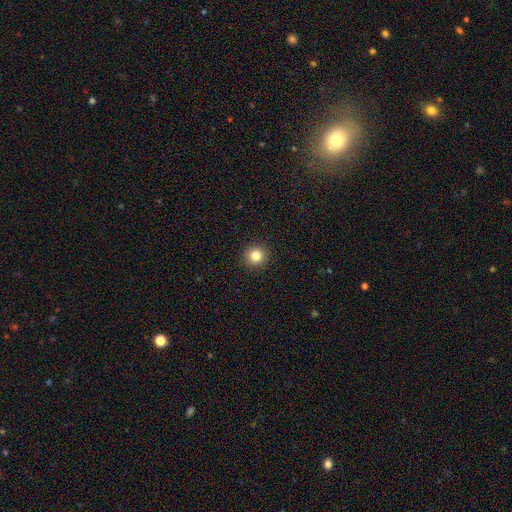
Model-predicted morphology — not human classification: This appears to be a smooth galaxy with no disk features (83%) that is round (94%). Merging: none (93%).